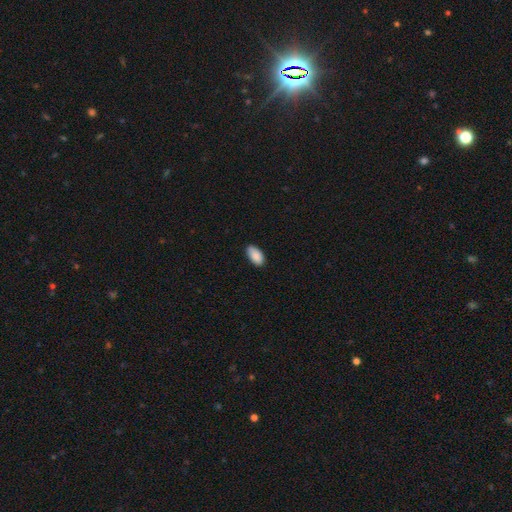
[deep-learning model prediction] Smooth or featured? Predicted: smooth (p=0.90). How rounded? Predicted: in between (p=0.95). Merging? Predicted: none (p=0.84).